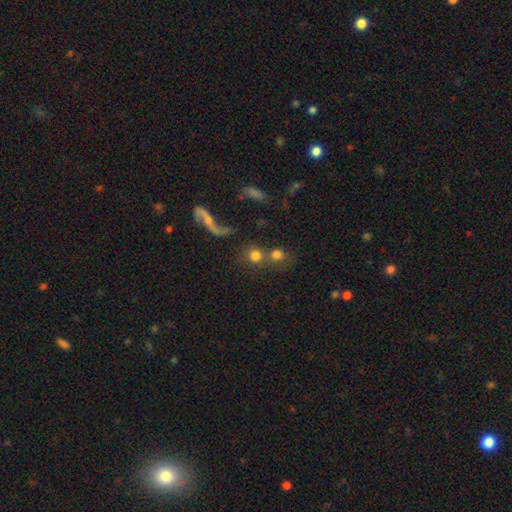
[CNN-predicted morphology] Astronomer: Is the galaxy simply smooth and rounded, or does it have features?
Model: smooth — 71%.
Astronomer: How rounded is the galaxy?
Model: round — 88%.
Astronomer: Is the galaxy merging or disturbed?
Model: none — 43% (runner-up: merger, 41%).